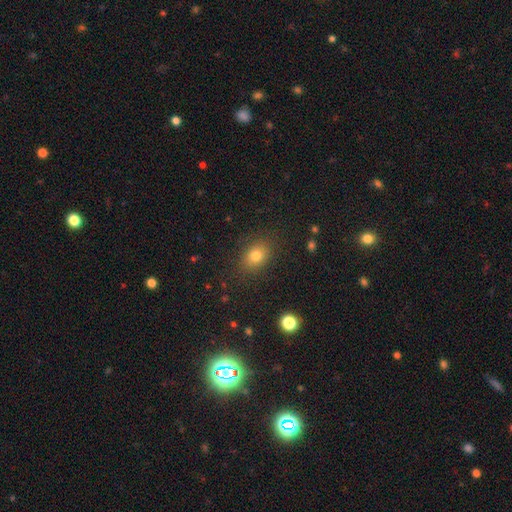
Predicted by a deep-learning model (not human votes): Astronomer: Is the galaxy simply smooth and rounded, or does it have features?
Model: smooth — 77%.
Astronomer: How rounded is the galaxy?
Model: in between — 68%.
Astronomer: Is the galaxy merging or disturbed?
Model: none — 85%.